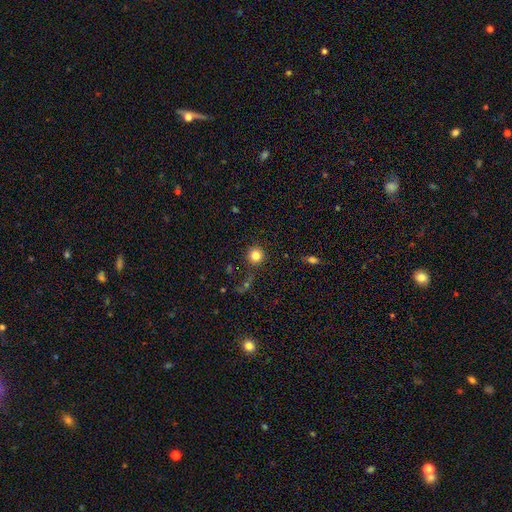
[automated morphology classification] Smooth or featured?
  - smooth: 82% *
  - star or artifact: 12%
  - featured or disk: 6%
How rounded?
  - round: 94% *
  - in between: 5%
  - cigar-shaped: 1%
Merging?
  - none: 87% *
  - minor disturbance: 7%
  - major disturbance: 3%
  - merger: 3%